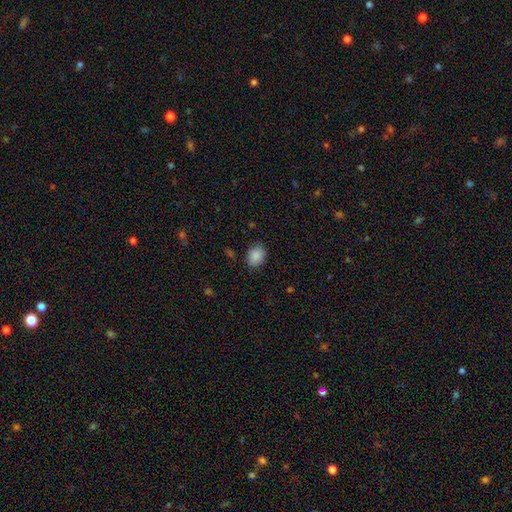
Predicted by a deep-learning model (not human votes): Smooth or featured?
  - smooth: 88% *
  - star or artifact: 8%
  - featured or disk: 4%
How rounded?
  - in between: 61% *
  - round: 38%
  - cigar-shaped: 1%
Merging?
  - none: 82% *
  - minor disturbance: 13%
  - major disturbance: 3%
  - merger: 1%